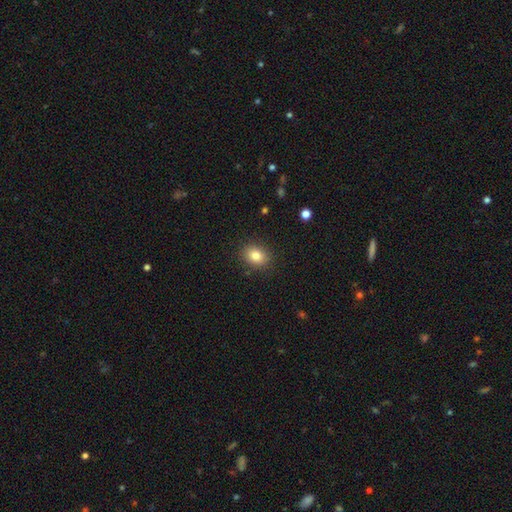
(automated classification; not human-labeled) smooth-or-featured: smooth: 82% | star or artifact: 10% | featured or disk: 8%
  how-rounded: in between: 55% | round: 44% | cigar-shaped: 1%
  merging: none: 88% | minor disturbance: 9% | major disturbance: 2% | merger: 1%